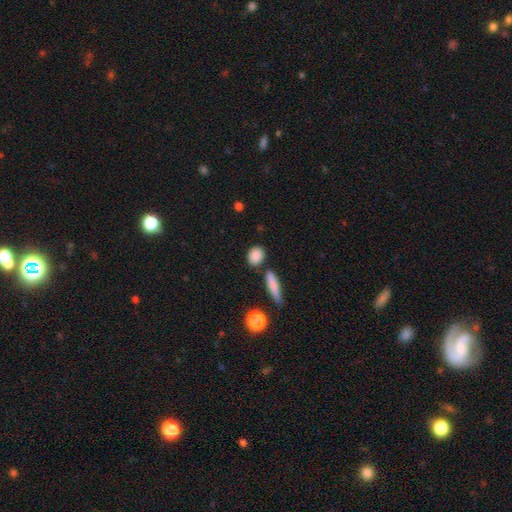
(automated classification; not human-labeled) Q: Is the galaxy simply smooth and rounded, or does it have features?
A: smooth — 87%.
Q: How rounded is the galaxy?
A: round — 47%.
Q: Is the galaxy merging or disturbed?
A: none — 79%.